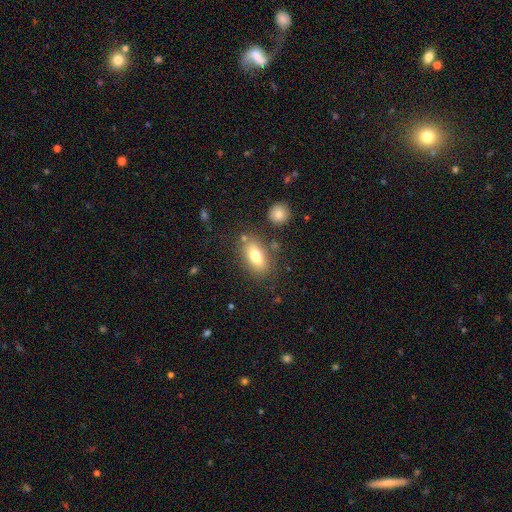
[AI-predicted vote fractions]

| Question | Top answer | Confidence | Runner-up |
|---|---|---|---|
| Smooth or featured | smooth | 76% | featured or disk (16%) |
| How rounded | in between | 86% | cigar-shaped (8%) |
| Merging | none | 76% | minor disturbance (13%) |